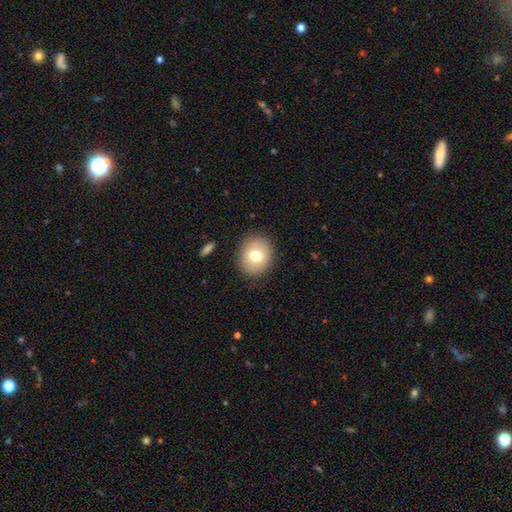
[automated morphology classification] Q: Smooth or featured?
A: smooth (73%); runner-up: featured or disk (19%)
Q: How rounded?
A: round (59%); runner-up: in between (40%)
Q: Merging?
A: none (86%); runner-up: minor disturbance (10%)